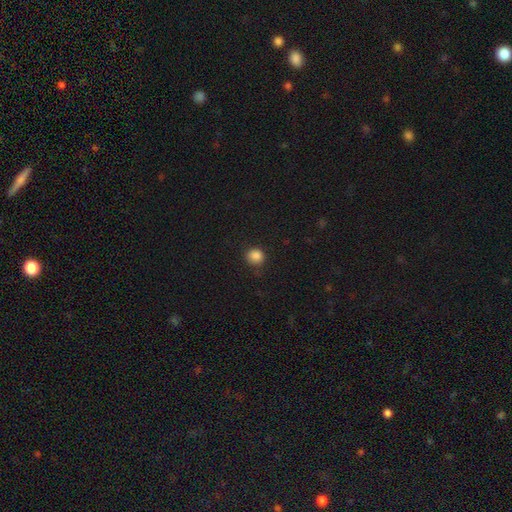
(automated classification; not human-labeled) Morphology: type=smooth (86%); roundness=round (84%); merging=none (83%).